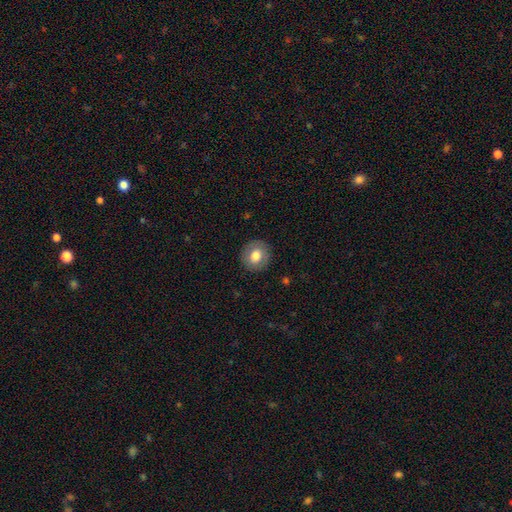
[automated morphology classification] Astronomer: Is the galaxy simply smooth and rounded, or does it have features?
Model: smooth — 72%.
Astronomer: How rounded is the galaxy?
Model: round — 85%.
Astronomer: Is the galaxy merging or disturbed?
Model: none — 88%.